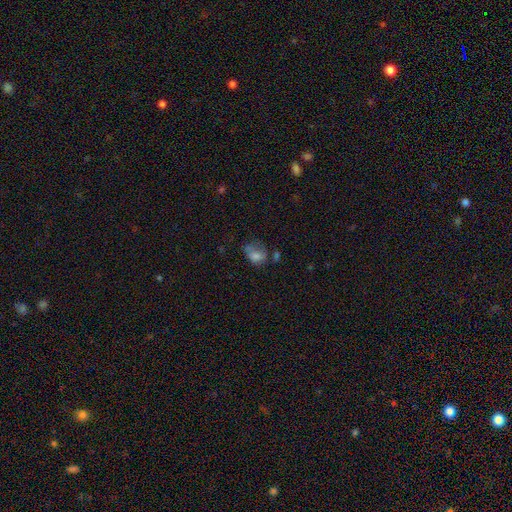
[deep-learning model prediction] smooth_or_featured: smooth (p=0.67) [alt: featured or disk p=0.20]
how_rounded: in between (p=0.69) [alt: round p=0.30]
merging: none (p=0.33) [alt: minor disturbance p=0.30]